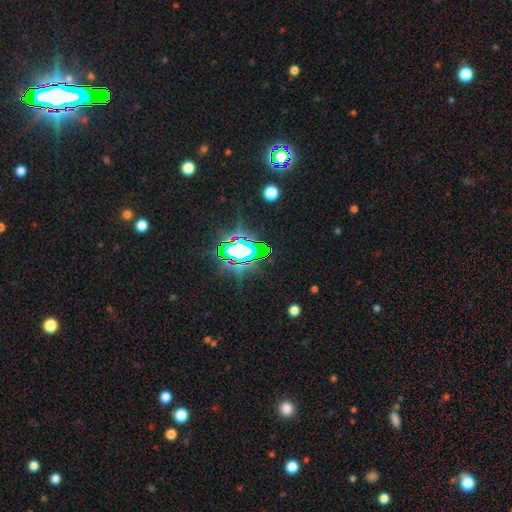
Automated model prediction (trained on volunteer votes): The model was most divided on "smooth or featured": star or artifact: 83%, smooth: 10%, featured or disk: 7%.